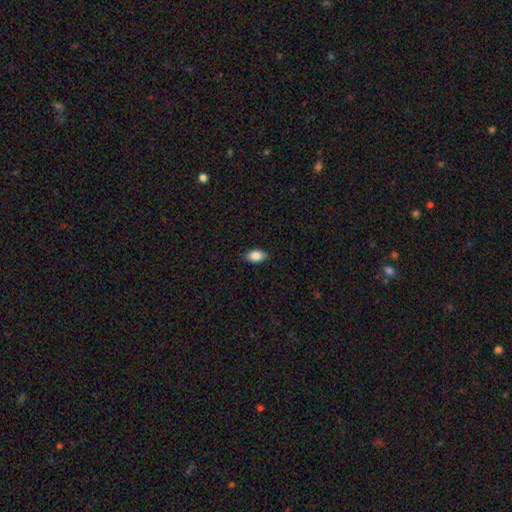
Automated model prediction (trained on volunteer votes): Smooth or featured? Predicted: smooth (p=0.87). How rounded? Predicted: in between (p=0.91). Merging? Predicted: none (p=0.86).